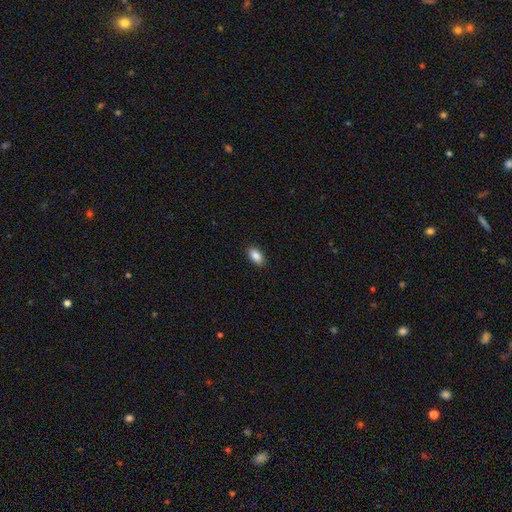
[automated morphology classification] The model was most divided on "smooth or featured": smooth: 88%, star or artifact: 8%, featured or disk: 5%. More confident: how rounded — in between (92%); merging — none (89%).